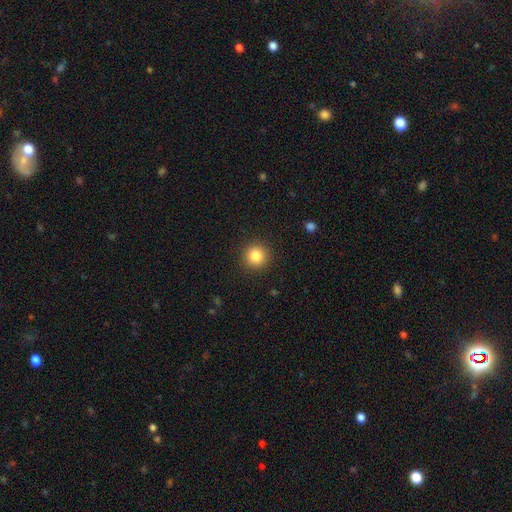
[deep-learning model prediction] Smooth or featured? Predicted: smooth (p=0.83). How rounded? Predicted: round (p=0.95). Merging? Predicted: none (p=0.92).